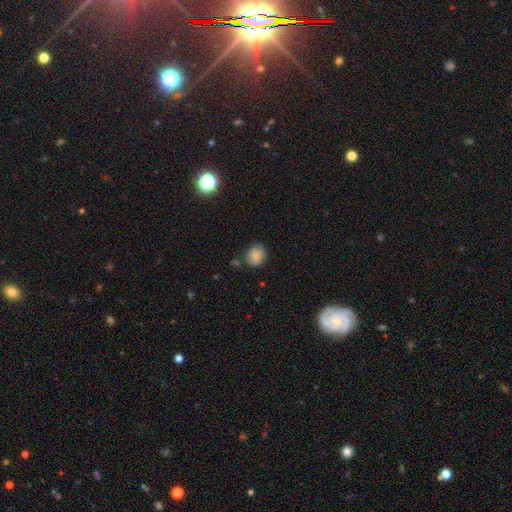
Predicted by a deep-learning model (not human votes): A smooth galaxy with no disk features (85%) that is round (67%).

Vote fractions:
- Smooth or featured? smooth: 85% / star or artifact: 10% / featured or disk: 5%
- How rounded? round: 67% / in between: 32% / cigar-shaped: 1%
- Merging? none: 77% / minor disturbance: 15% / merger: 4% / major disturbance: 4%